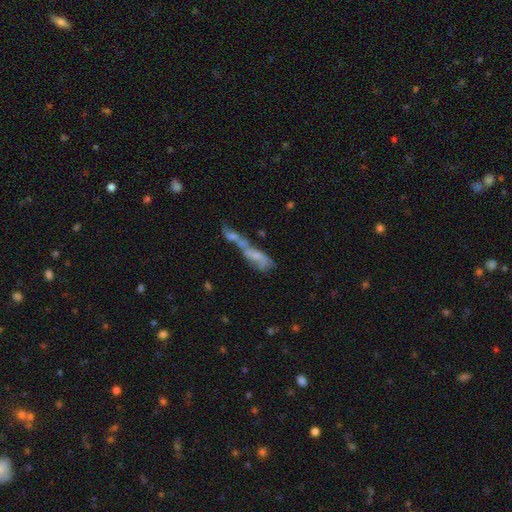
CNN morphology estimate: The model was most divided on "smooth or featured": featured or disk: 46%, smooth: 42%, star or artifact: 12%. More confident: merging — merger (69%).